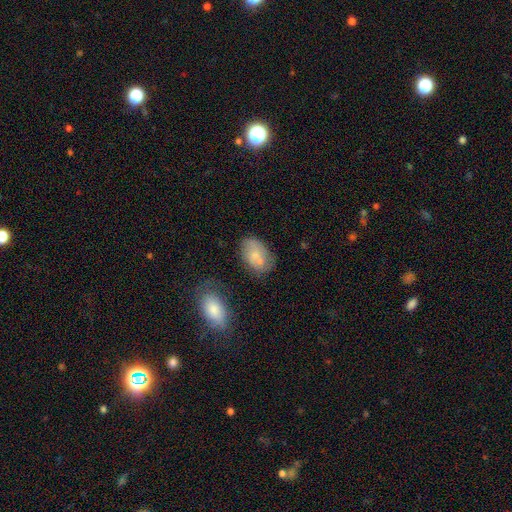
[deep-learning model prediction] Morphology: type=smooth (69%); roundness=in between (88%); merging=none (52%).